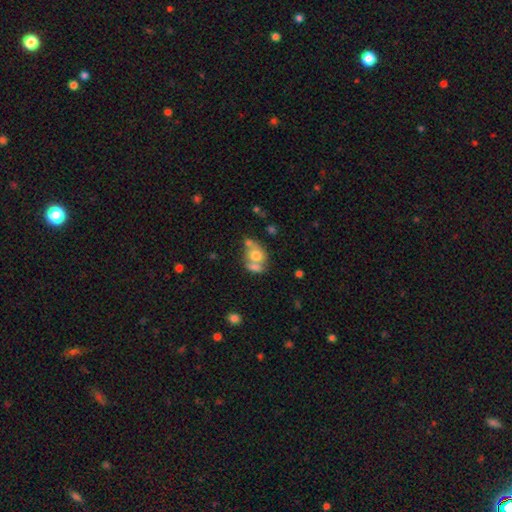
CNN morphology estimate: This is likely a smooth galaxy (67%). How rounded: possibly in between (57%). Merging: possibly merger (50%).